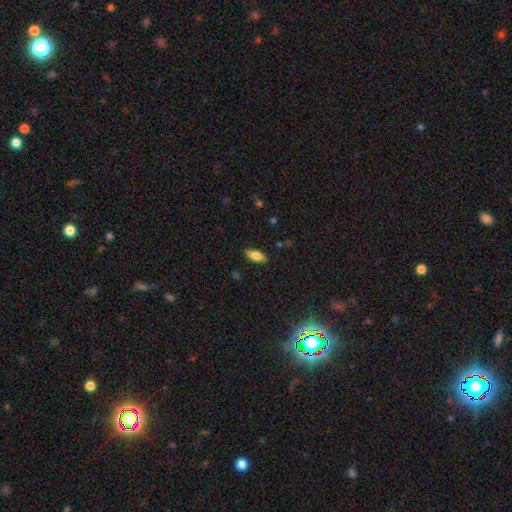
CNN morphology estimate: type=smooth (81%); roundness=in between (82%); merging=none (86%).